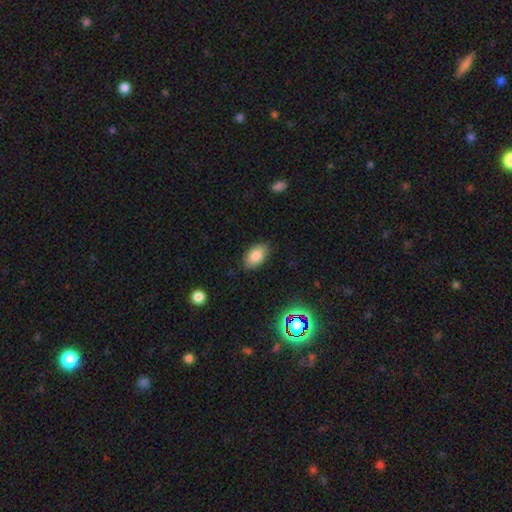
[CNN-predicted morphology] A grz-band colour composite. It shows a smooth galaxy with no disk features (83%) that is in between round and cigar-shaped (93%). Merging: none (85%).